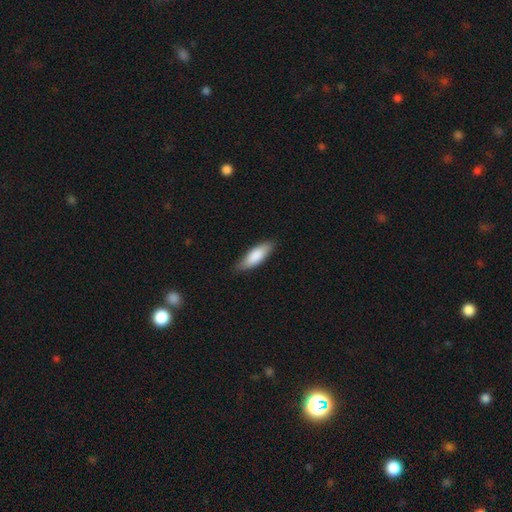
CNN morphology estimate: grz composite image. It shows a smooth galaxy with no disk features (85%) that is in between round and cigar-shaped (61%). Merging: none (81%).